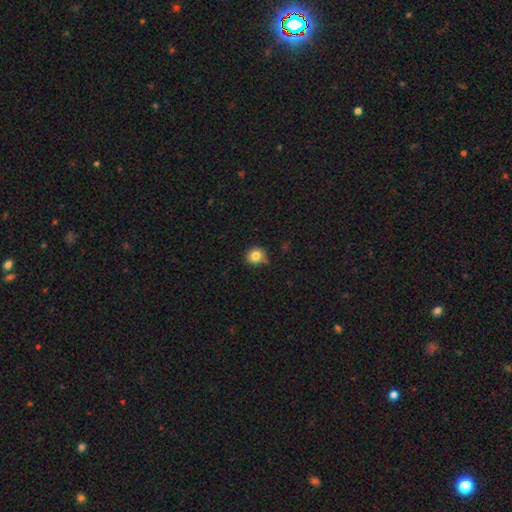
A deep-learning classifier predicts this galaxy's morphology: smooth-or-featured: smooth: 82% | star or artifact: 11% | featured or disk: 7%
  how-rounded: round: 87% | in between: 12% | cigar-shaped: 1%
  merging: none: 68% | minor disturbance: 25% | major disturbance: 4% | merger: 3%